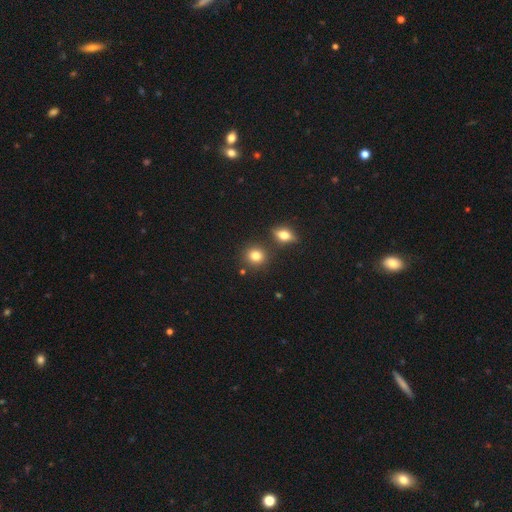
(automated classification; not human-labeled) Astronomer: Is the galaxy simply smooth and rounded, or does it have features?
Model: smooth — 82%.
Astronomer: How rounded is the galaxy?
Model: round — 83%.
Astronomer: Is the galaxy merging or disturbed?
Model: none — 80%.